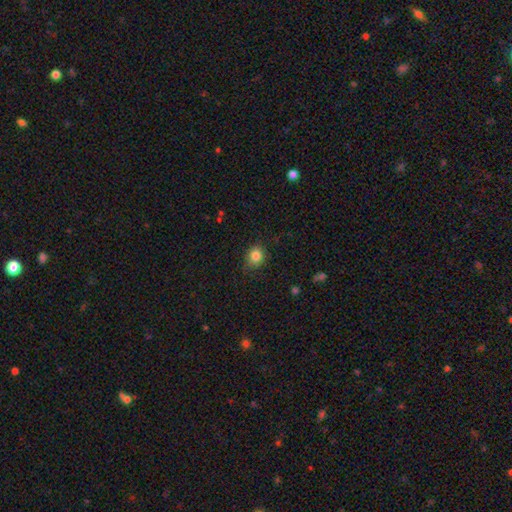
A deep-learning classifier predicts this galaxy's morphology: This appears to be a smooth galaxy with no disk features (84%) that is round (70%). Merging: none (80%).